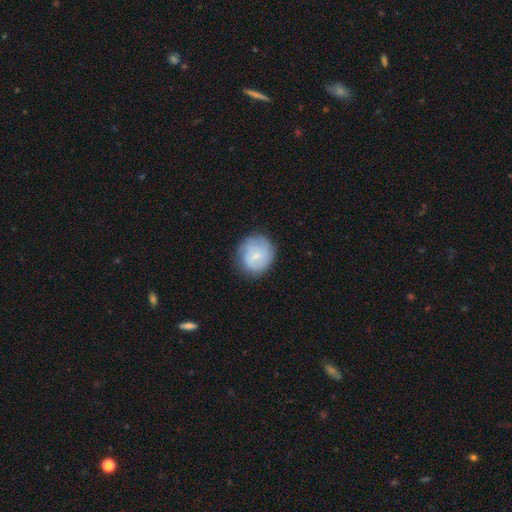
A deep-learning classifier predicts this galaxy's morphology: The model was most divided on "smooth or featured": smooth: 60%, featured or disk: 33%, star or artifact: 8%. More confident: how rounded — round (82%); merging — none (76%).